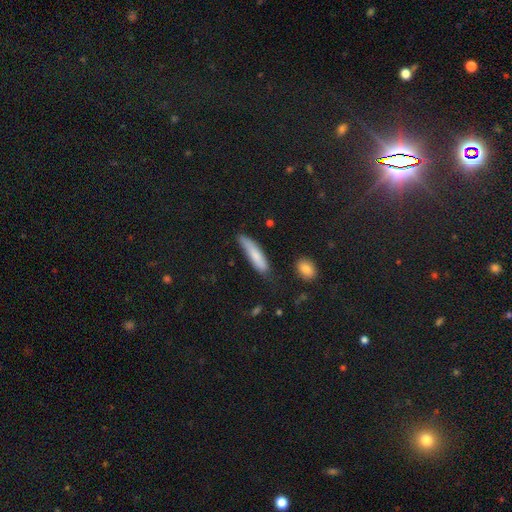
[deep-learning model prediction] A smooth galaxy with no disk features (77%) that is cigar-shaped (81%).

Vote fractions:
- Smooth or featured? smooth: 77% / featured or disk: 16% / star or artifact: 7%
- How rounded? cigar-shaped: 81% / in between: 17% / round: 2%
- Merging? none: 68% / minor disturbance: 24% / major disturbance: 6% / merger: 3%